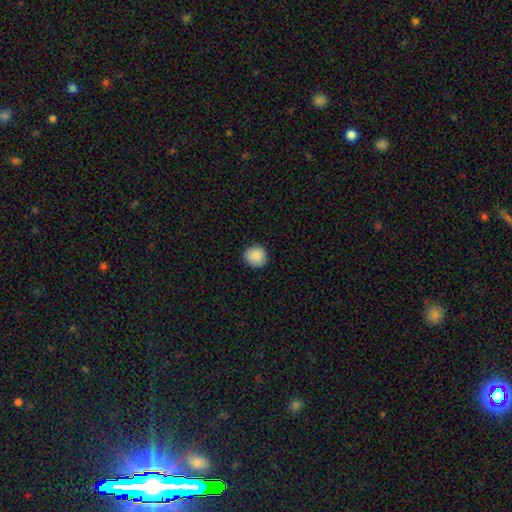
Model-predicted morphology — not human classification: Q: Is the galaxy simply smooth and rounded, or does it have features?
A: smooth — 89%.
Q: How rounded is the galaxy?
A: round — 90%.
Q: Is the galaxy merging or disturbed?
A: none — 89%.